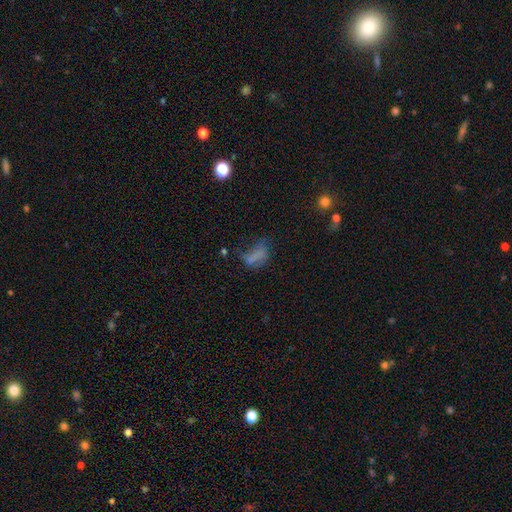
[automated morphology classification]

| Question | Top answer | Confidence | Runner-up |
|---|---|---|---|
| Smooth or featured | smooth | 58% | featured or disk (23%) |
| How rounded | in between | 76% | cigar-shaped (14%) |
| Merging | major disturbance | 35% | none (32%) |